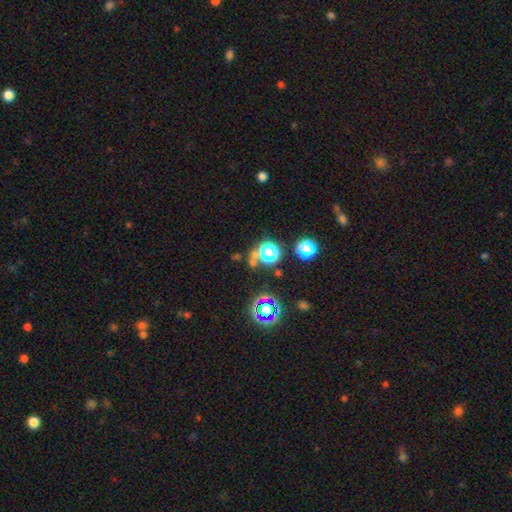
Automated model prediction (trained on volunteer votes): Smooth or featured? Predicted: star or artifact (p=0.52).